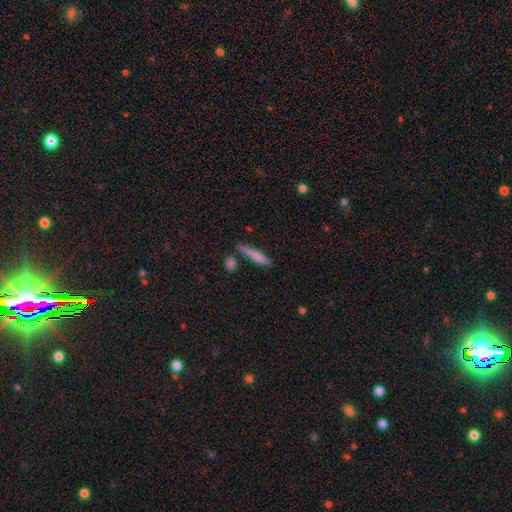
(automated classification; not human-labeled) A smooth galaxy with no disk features (76%) that is cigar-shaped (89%). Merging: none (73%).